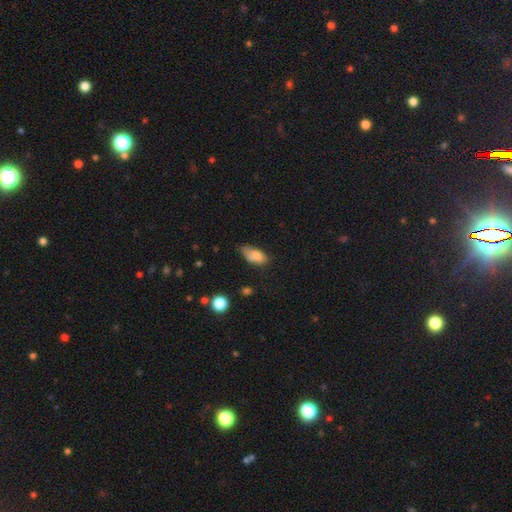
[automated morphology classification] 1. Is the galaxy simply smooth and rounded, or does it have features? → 76% smooth, 15% featured or disk, 9% star or artifact.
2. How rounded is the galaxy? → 83% in between, 12% cigar-shaped, 5% round.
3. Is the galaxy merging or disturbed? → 37% minor disturbance (tied), 37% none (tied), 15% major disturbance, 10% merger.